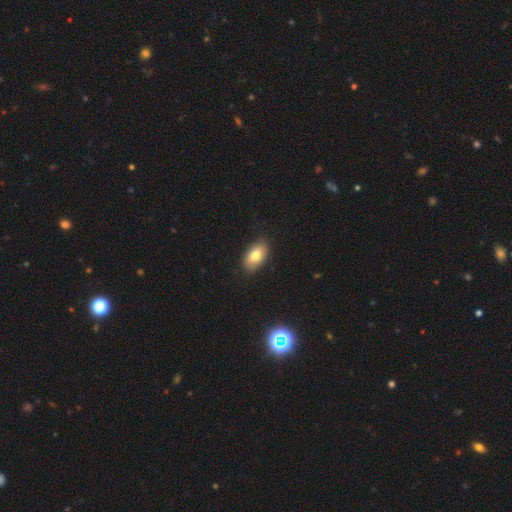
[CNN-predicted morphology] Smooth or featured? Predicted: smooth (p=0.79). How rounded? Predicted: in between (p=0.92). Merging? Predicted: none (p=0.86).